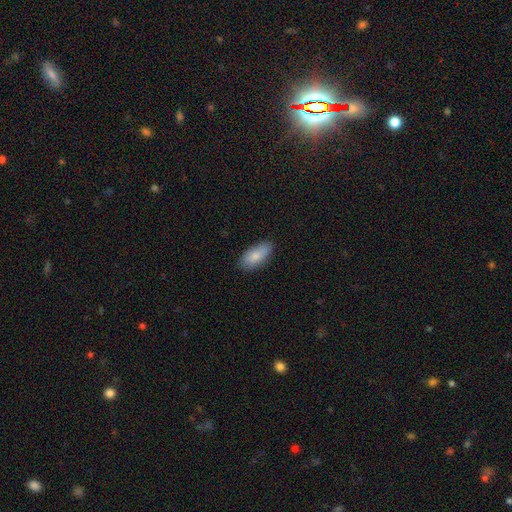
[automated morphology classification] The model was most divided on "merging": none: 83%, minor disturbance: 14%, major disturbance: 2%, merger: 1%. More confident: how rounded — in between (89%); smooth or featured — smooth (82%).